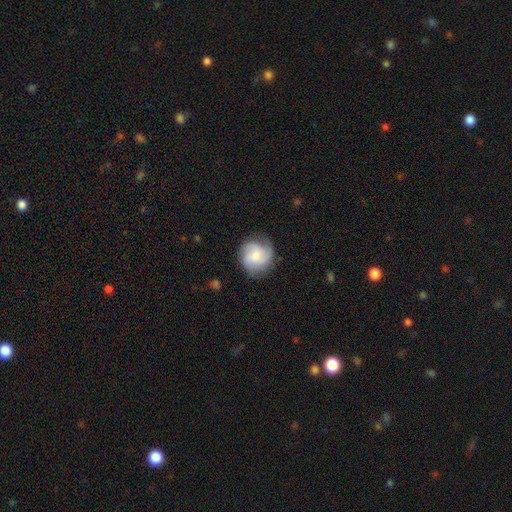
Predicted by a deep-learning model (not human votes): smooth-or-featured: featured or disk: 51% | smooth: 42% | star or artifact: 7%
  disk-edge-on: no: 98% | yes: 2%
  merging: none: 75% | minor disturbance: 17% | major disturbance: 6% | merger: 1%